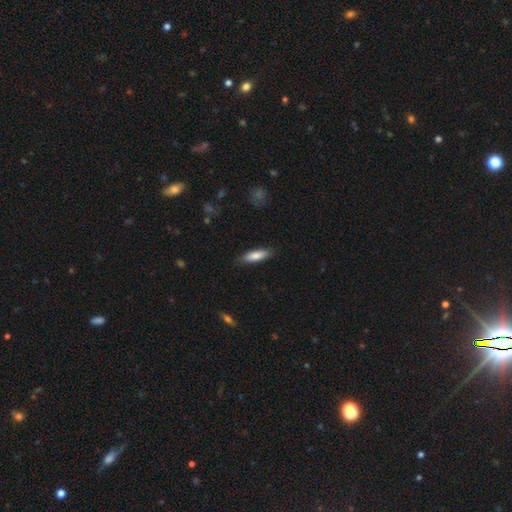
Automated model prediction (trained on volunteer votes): Morphology: type=smooth (82%); roundness=cigar-shaped (56%); merging=none (83%).